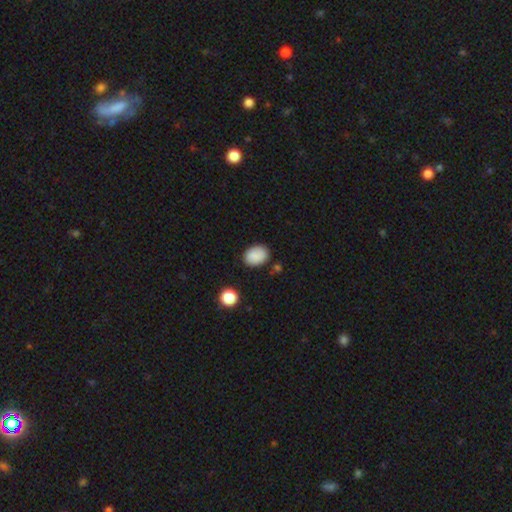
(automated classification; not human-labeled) Overall: smooth (88%). How rounded: in between (71%). Merging: none (84%).